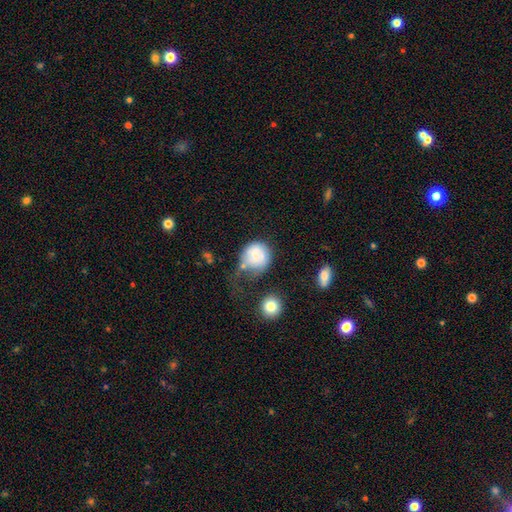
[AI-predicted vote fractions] Smooth or featured: smooth — 63% (featured or disk — 28%)
How rounded: round — 82% (in between — 17%)
Merging: none — 34% (minor disturbance — 29%)